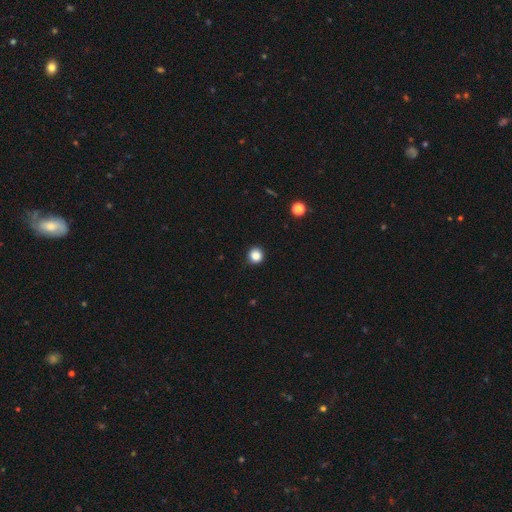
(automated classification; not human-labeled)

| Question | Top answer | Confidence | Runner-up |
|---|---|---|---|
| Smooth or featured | smooth | 86% | star or artifact (11%) |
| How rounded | round | 93% | in between (6%) |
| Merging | none | 92% | minor disturbance (6%) |